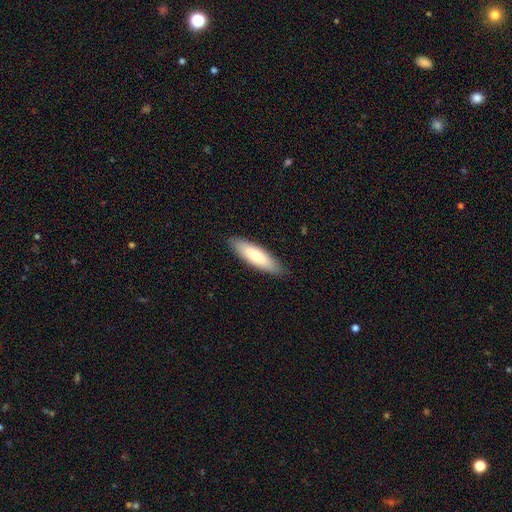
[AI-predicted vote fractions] Overall: smooth (74%). How rounded: cigar-shaped (55%; in between 44%). Merging: none (87%).